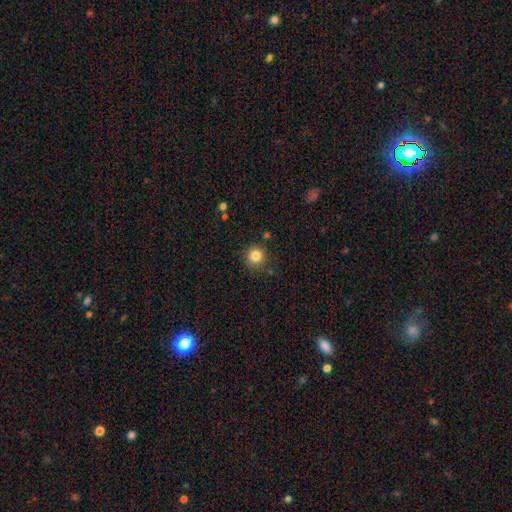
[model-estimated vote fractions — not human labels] Morphology: type=smooth (84%); roundness=round (93%); merging=none (84%).